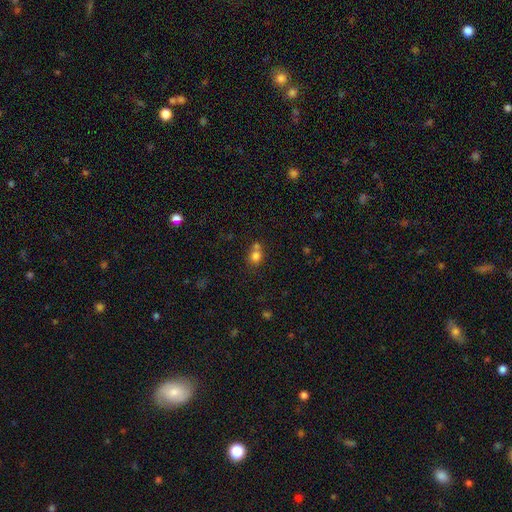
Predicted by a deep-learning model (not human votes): This appears to be a smooth galaxy with no disk features (78%) that is round (67%). Merging: merger (43%).